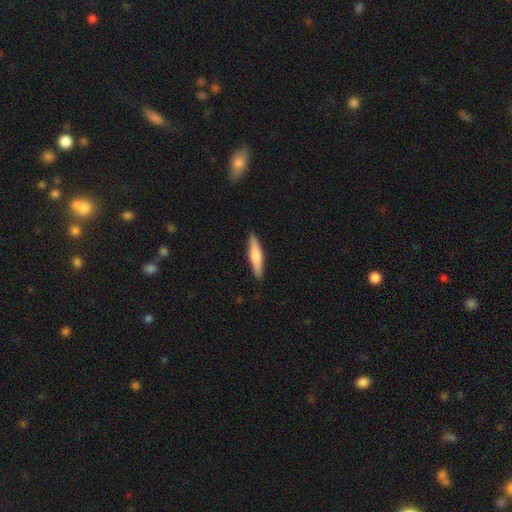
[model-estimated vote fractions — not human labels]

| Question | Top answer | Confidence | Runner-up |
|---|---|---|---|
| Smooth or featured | smooth | 65% | featured or disk (30%) |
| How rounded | cigar-shaped | 80% | in between (18%) |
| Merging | none | 90% | minor disturbance (8%) |